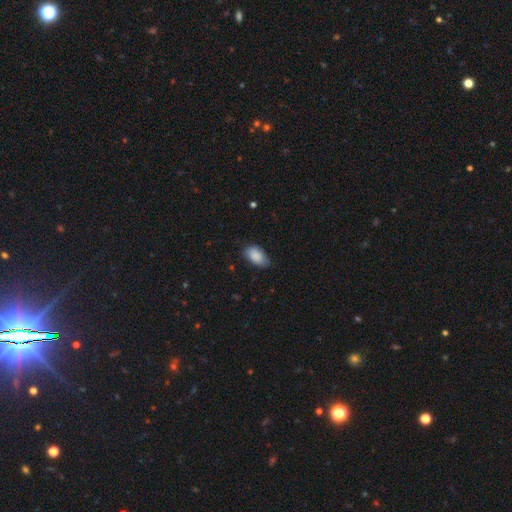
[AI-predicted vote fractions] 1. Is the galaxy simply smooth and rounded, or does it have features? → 88% smooth, 7% star or artifact, 5% featured or disk.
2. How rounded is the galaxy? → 93% in between, 6% round, 2% cigar-shaped.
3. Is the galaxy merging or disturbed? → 68% none, 27% minor disturbance, 4% major disturbance, 1% merger.